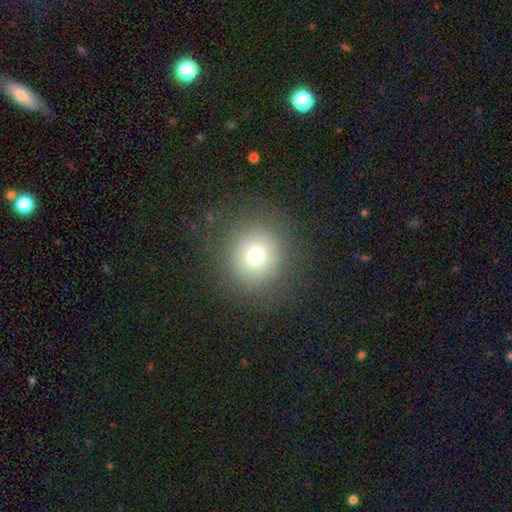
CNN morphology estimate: Smooth or featured? Predicted: smooth (p=0.72). How rounded? Predicted: round (p=0.93). Merging? Predicted: none (p=0.86).